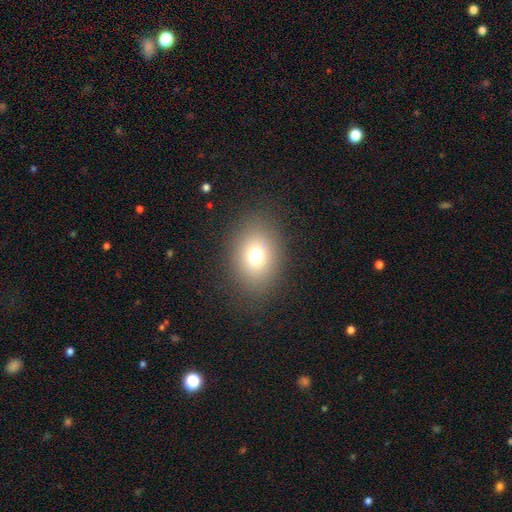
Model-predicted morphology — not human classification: smooth-or-featured: smooth: 71% | star or artifact: 16% | featured or disk: 13%
  how-rounded: in between: 59% | round: 40% | cigar-shaped: 1%
  merging: none: 85% | minor disturbance: 9% | major disturbance: 5% | merger: 1%